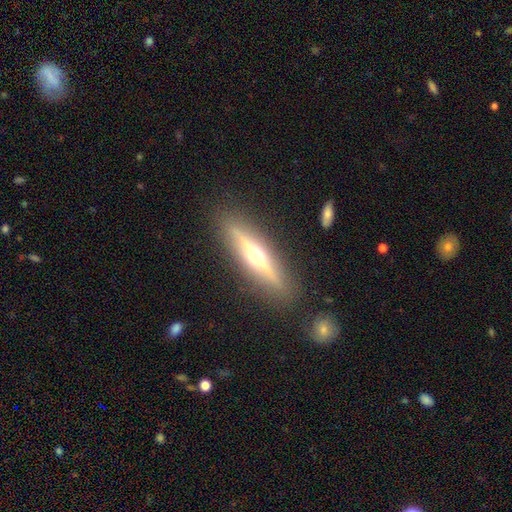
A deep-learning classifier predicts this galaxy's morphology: Smooth or featured? featured or disk (71%)
Edge-on disk? yes (95%)
Edge-on bulge? rounded (94%)
Merging? none (89%)